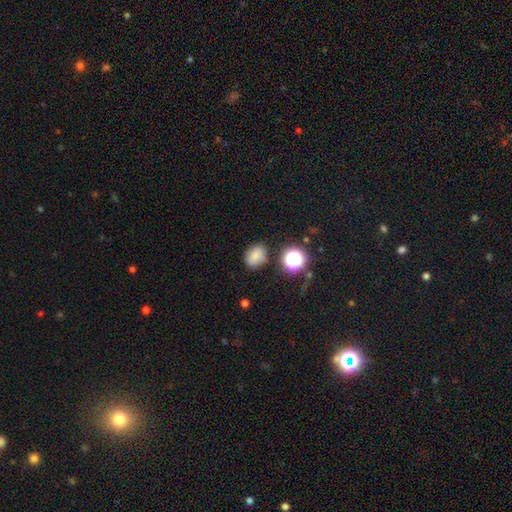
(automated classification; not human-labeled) Smooth or featured? Predicted: smooth (p=0.76). How rounded? Predicted: in between (p=0.55). Merging? Predicted: none (p=0.80).